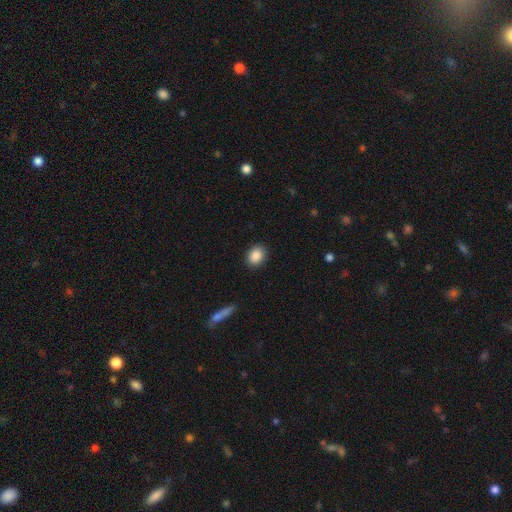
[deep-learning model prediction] Smooth or featured? Predicted: smooth (p=0.88). How rounded? Predicted: in between (p=0.55). Merging? Predicted: none (p=0.89).